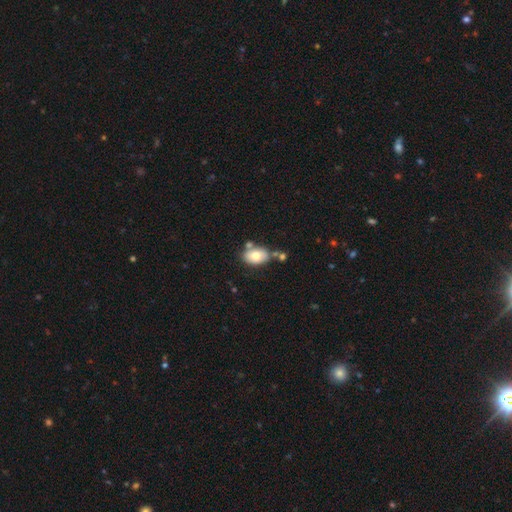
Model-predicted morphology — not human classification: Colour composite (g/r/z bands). It shows a smooth galaxy with no disk features (72%) that is in between round and cigar-shaped (84%). Merging: none (58%).